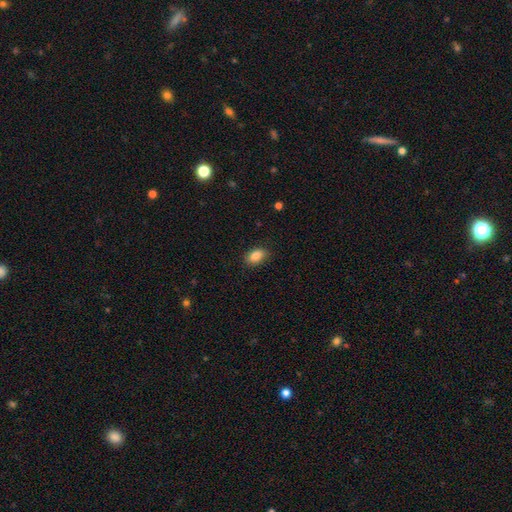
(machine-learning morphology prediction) Overall: smooth (87%). How rounded: in between (87%). Merging: none (86%).